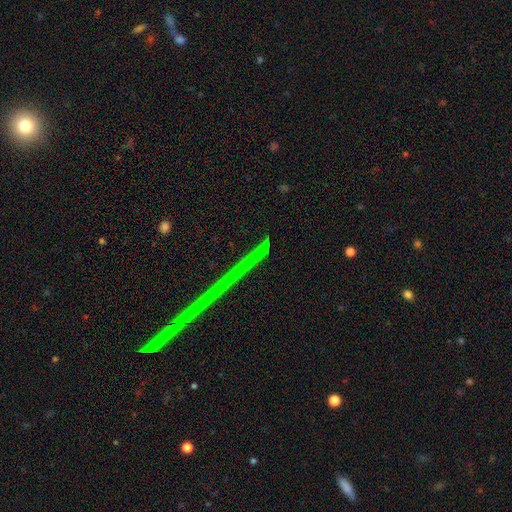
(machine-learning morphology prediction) Smooth or featured: star or artifact — 77% (featured or disk — 14%)